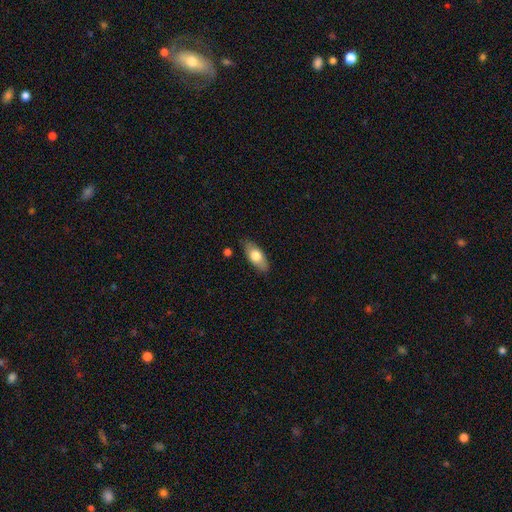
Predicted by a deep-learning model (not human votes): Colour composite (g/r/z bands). It shows a smooth galaxy with no disk features (71%) that is in between round and cigar-shaped (84%). Merging: none (83%).